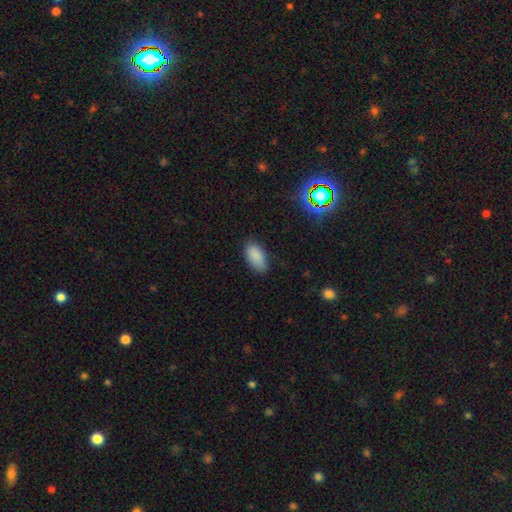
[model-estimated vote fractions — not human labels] smooth 88%, star or artifact 8%, featured or disk 4%. Down the decision tree: how rounded — in between (93%); merging — none (81%).